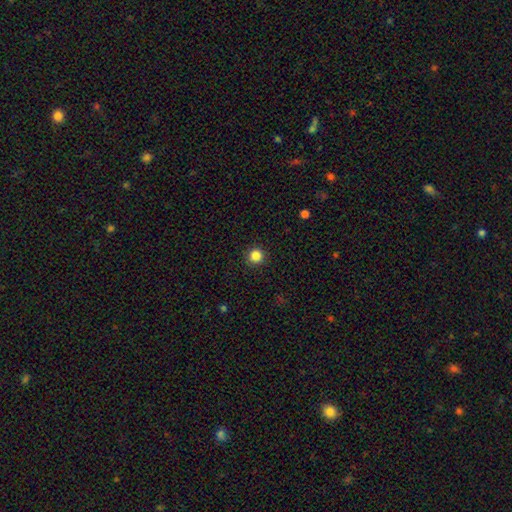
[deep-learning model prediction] Smooth or featured? Predicted: smooth (p=0.85). How rounded? Predicted: round (p=0.95). Merging? Predicted: none (p=0.93).